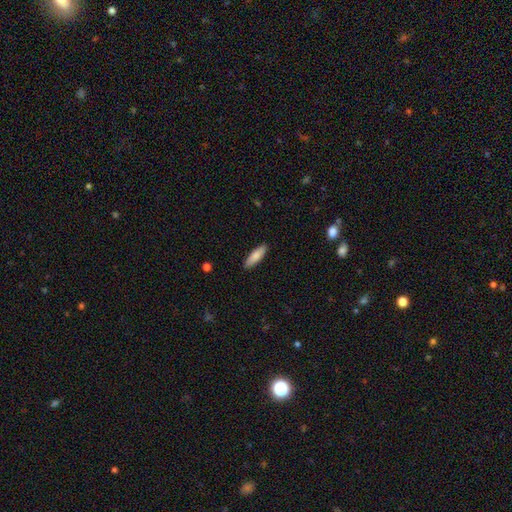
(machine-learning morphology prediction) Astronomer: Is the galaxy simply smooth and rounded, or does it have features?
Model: smooth — 81%.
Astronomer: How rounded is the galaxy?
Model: cigar-shaped — 55% (runner-up: in between, 44%).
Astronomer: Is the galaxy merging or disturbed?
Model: none — 89%.